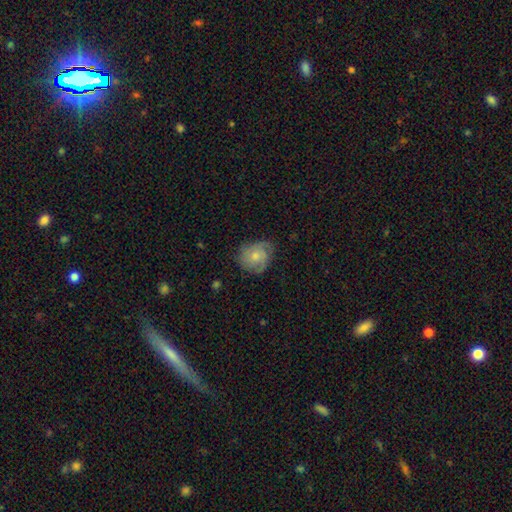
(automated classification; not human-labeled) Q: Smooth or featured?
A: featured or disk (53%); runner-up: smooth (39%)
Q: Edge-on disk?
A: no (97%); runner-up: yes (3%)
Q: Bar?
A: no (81%); runner-up: weak (17%)
Q: Spiral arms?
A: yes (86%); runner-up: no (14%)
Q: Bulge size?
A: moderate (48%); runner-up: small (44%)
Q: Merging?
A: none (66%); runner-up: minor disturbance (25%)